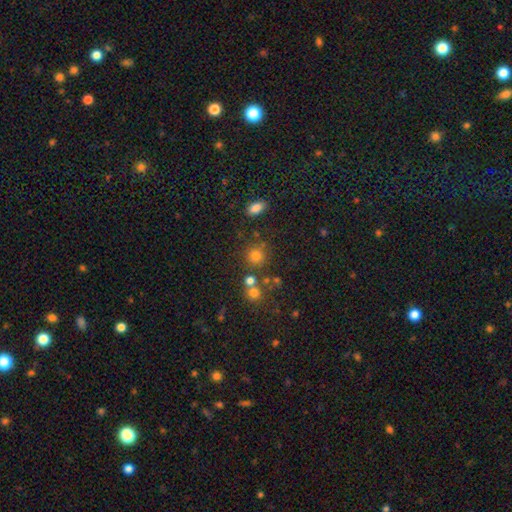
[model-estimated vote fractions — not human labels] A smooth galaxy with no disk features (74%) that is round (88%).

Vote fractions:
- Smooth or featured? smooth: 74% / star or artifact: 18% / featured or disk: 8%
- How rounded? round: 88% / in between: 11% / cigar-shaped: 1%
- Merging? none: 71% / merger: 14% / minor disturbance: 10% / major disturbance: 4%